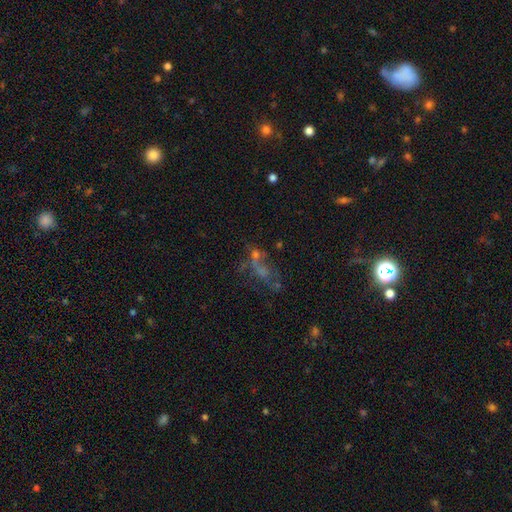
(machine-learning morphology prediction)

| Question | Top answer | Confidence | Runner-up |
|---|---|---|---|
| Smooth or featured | featured or disk | 40% | smooth (32%) |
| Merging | none | 33% | major disturbance (27%) |